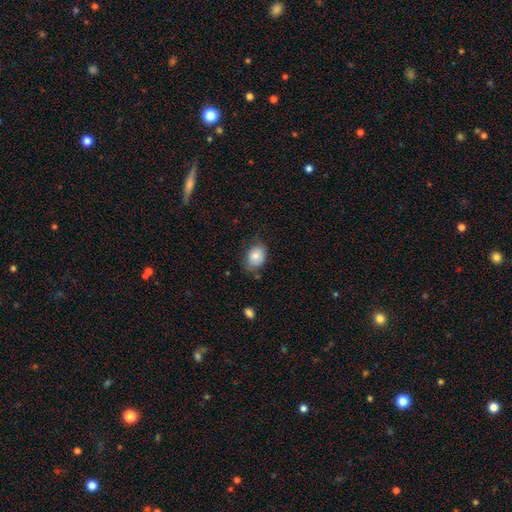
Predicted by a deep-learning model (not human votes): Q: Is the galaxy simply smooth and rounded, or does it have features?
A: smooth — 77%.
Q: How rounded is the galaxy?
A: in between — 70%.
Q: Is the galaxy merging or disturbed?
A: none — 65%.